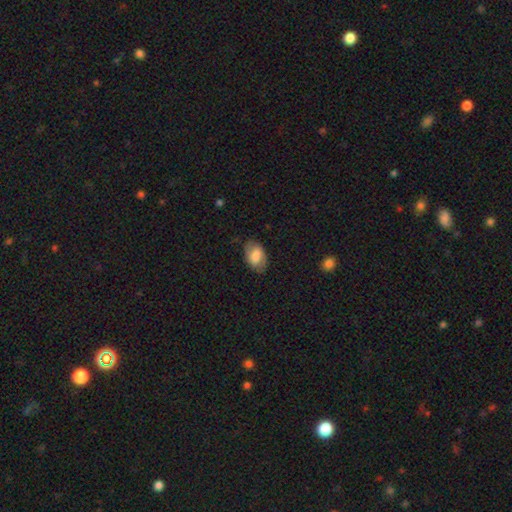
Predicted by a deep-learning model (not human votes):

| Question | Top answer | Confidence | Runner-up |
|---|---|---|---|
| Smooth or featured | smooth | 69% | featured or disk (24%) |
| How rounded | in between | 90% | round (9%) |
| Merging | none | 77% | minor disturbance (17%) |